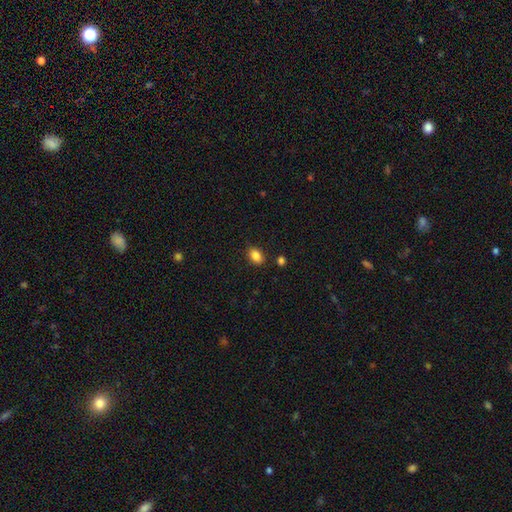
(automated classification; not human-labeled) A smooth galaxy with no disk features (86%) that is in between round and cigar-shaped (82%). Merging: none (85%).